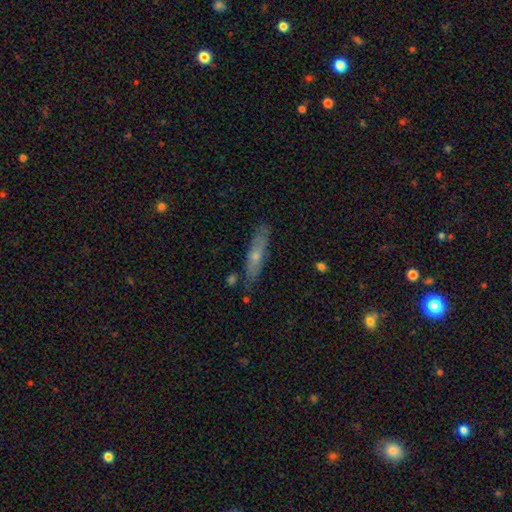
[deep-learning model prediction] smooth_or_featured: featured or disk (p=0.47) [alt: smooth p=0.46]
merging: none (p=0.78) [alt: minor disturbance p=0.16]